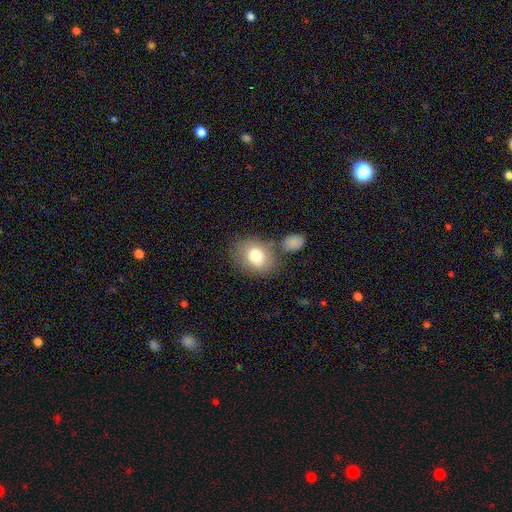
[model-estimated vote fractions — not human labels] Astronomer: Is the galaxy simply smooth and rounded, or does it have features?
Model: smooth — 78%.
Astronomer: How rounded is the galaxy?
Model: in between — 59% (runner-up: round, 40%).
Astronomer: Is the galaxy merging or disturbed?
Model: none — 64%.